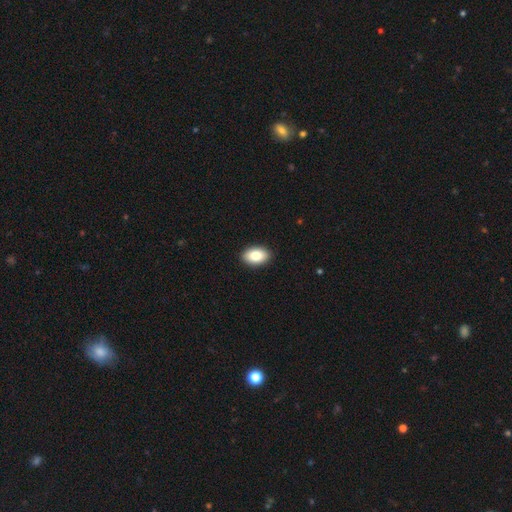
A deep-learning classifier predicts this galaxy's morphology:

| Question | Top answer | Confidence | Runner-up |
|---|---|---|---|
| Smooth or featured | smooth | 84% | featured or disk (9%) |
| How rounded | in between | 91% | round (8%) |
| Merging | none | 91% | minor disturbance (7%) |